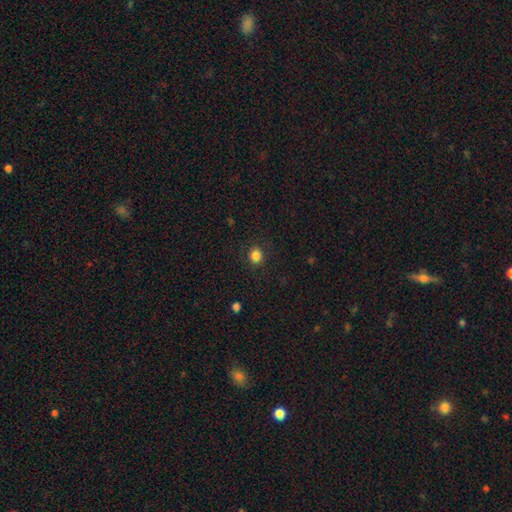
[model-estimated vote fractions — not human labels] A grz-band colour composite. It shows a smooth galaxy with no disk features (85%) that is round (74%). Merging: none (88%).